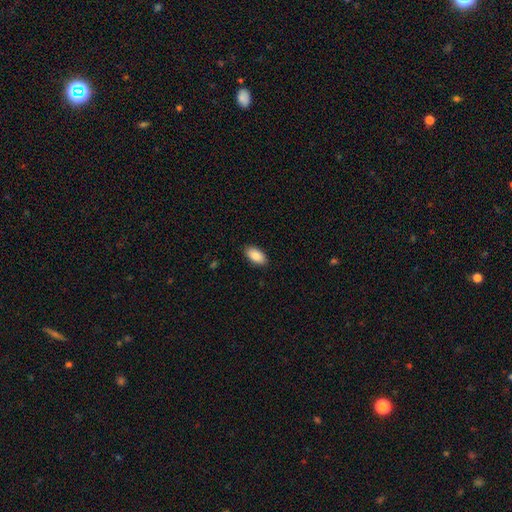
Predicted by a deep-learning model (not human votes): Smooth or featured: smooth — 89% (star or artifact — 6%)
How rounded: in between — 94% (cigar-shaped — 3%)
Merging: none — 88% (minor disturbance — 9%)